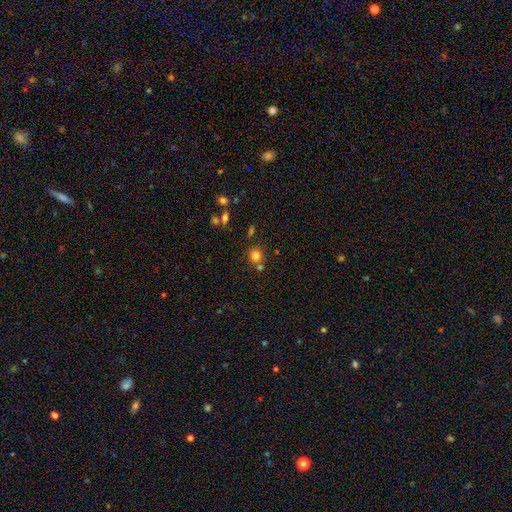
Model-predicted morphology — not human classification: This appears to be a smooth galaxy with no disk features (78%) that is round (86%). Merging: none (68%).